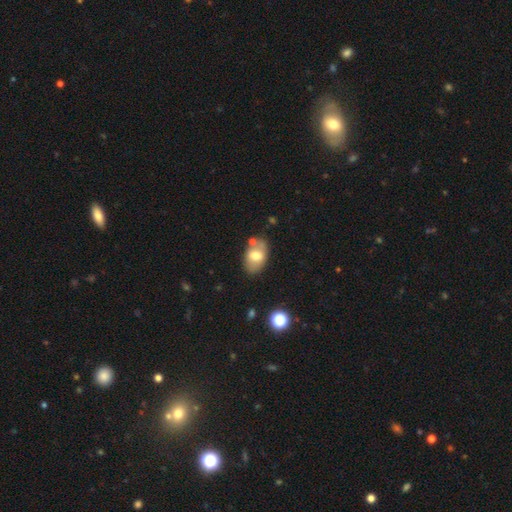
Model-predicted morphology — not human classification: Smooth or featured? Predicted: smooth (p=0.66). How rounded? Predicted: in between (p=0.87). Merging? Predicted: none (p=0.71).